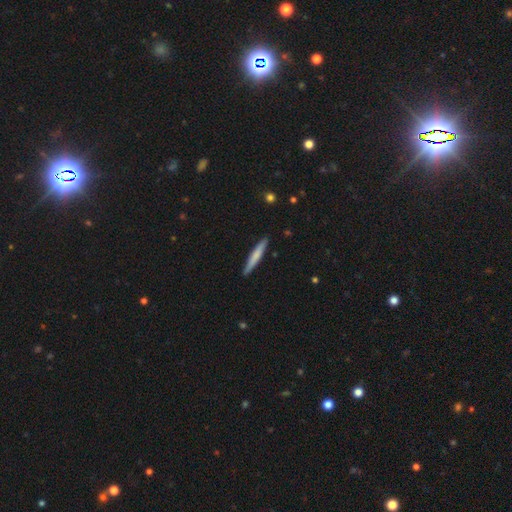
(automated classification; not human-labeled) Smooth or featured?
  - smooth: 67% *
  - featured or disk: 28%
  - star or artifact: 5%
How rounded?
  - cigar-shaped: 96% *
  - in between: 3%
  - round: 1%
Merging?
  - none: 90% *
  - minor disturbance: 7%
  - major disturbance: 1%
  - merger: 1%